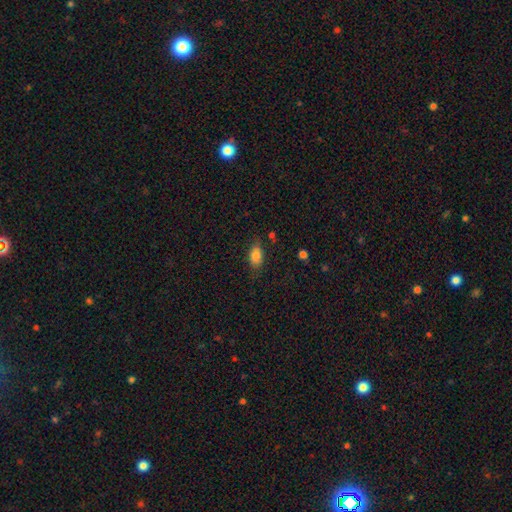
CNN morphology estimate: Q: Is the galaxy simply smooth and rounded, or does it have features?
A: smooth — 82%.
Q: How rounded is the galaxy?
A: in between — 87%.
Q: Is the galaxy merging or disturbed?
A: none — 75%.